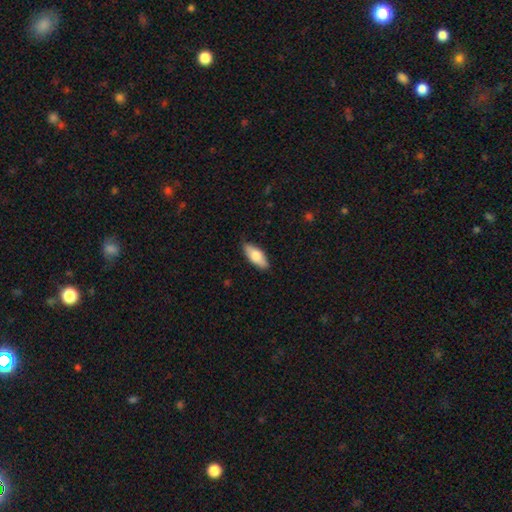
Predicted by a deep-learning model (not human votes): Q: Smooth or featured?
A: smooth (73%); runner-up: featured or disk (21%)
Q: How rounded?
A: in between (81%); runner-up: cigar-shaped (16%)
Q: Merging?
A: none (86%); runner-up: minor disturbance (12%)